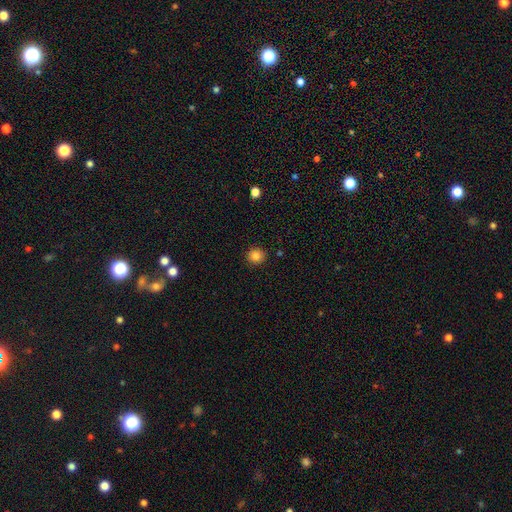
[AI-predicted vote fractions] Smooth or featured?
  - smooth: 83% *
  - star or artifact: 11%
  - featured or disk: 5%
How rounded?
  - round: 88% *
  - in between: 11%
  - cigar-shaped: 1%
Merging?
  - none: 91% *
  - minor disturbance: 6%
  - major disturbance: 2%
  - merger: 1%